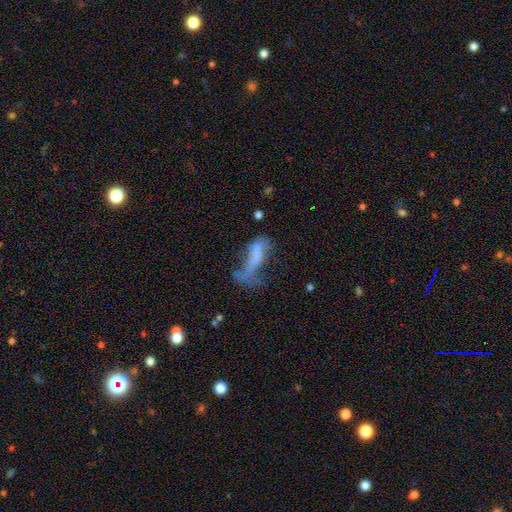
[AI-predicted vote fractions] Smooth or featured? Predicted: smooth (p=0.54). How rounded? Predicted: in between (p=0.56). Merging? Predicted: major disturbance (p=0.50).